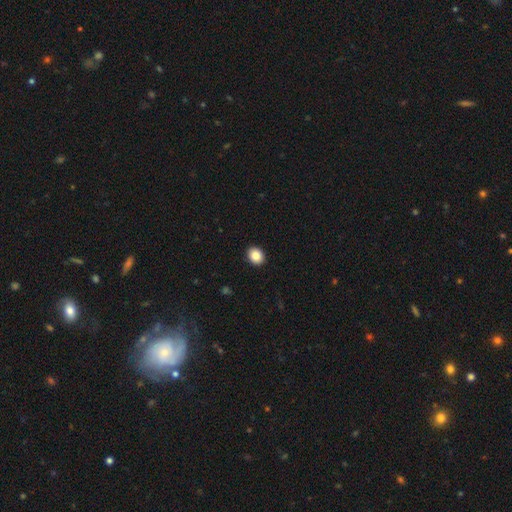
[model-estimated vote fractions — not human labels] Morphology: type=smooth (87%); roundness=round (54%); merging=none (92%).